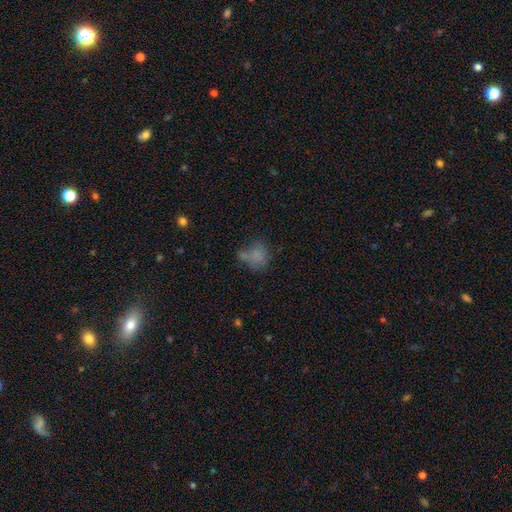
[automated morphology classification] smooth 70%, featured or disk 16%, star or artifact 14%. Down the decision tree: how rounded — round (58%); merging — none (42%).